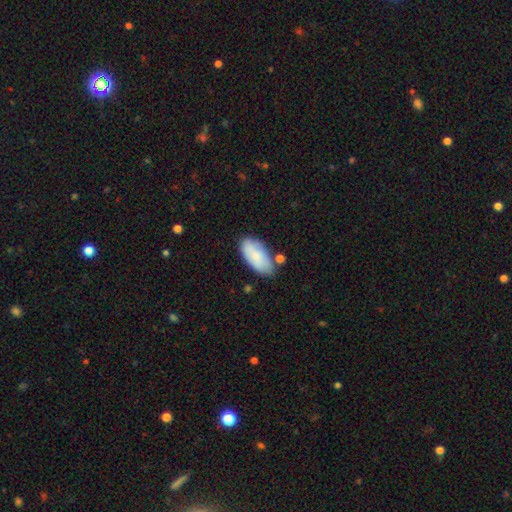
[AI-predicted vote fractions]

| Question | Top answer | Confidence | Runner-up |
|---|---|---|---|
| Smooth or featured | smooth | 78% | featured or disk (16%) |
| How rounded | in between | 93% | cigar-shaped (5%) |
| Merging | none | 69% | minor disturbance (20%) |